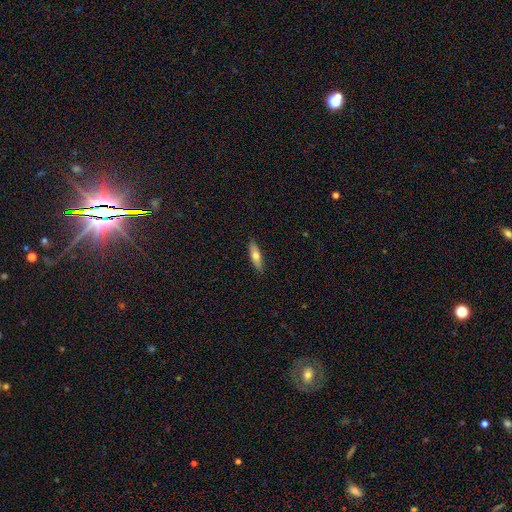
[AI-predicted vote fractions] The model was most divided on "how rounded": cigar-shaped: 60%, in between: 38%, round: 2%. More confident: merging — none (90%); smooth or featured — smooth (64%).